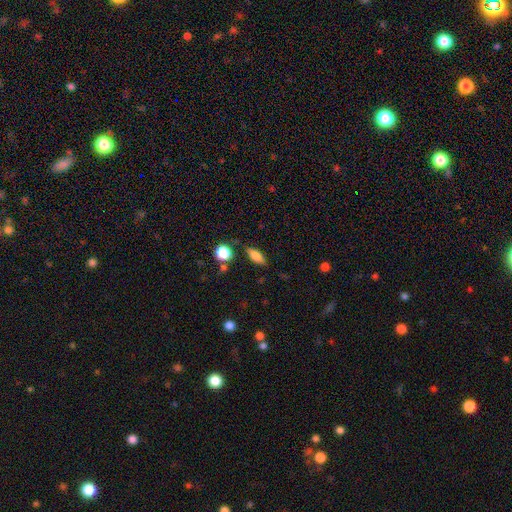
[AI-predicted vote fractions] Smooth or featured? smooth (76%)
How rounded? in between (73%)
Merging? none (78%)